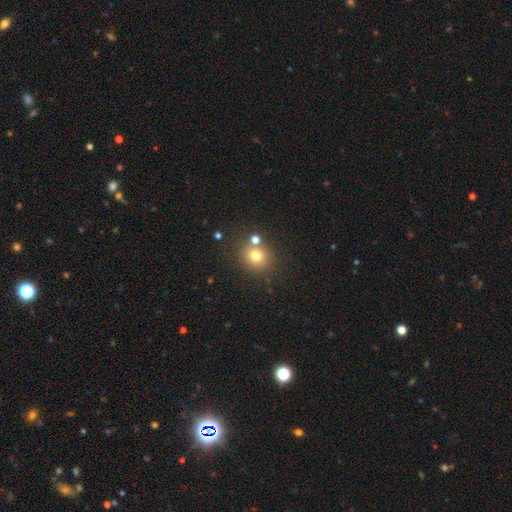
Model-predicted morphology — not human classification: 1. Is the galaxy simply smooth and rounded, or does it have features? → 74% smooth, 16% star or artifact, 10% featured or disk.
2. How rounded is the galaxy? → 82% round, 17% in between, 1% cigar-shaped.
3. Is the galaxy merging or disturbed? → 73% none, 15% merger, 9% minor disturbance, 3% major disturbance.